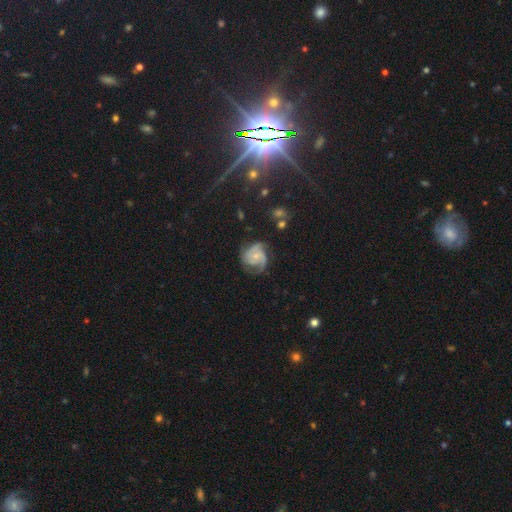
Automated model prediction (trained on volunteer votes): Smooth or featured? Predicted: featured or disk (p=0.80). Edge-on disk? Predicted: no (p=0.98). Bar? Predicted: no (p=0.75). Spiral arms? Predicted: yes (p=0.96). Spiral winding? Predicted: tight (p=0.43, tied with medium). Spiral arm count? Predicted: 3 (p=0.41). Bulge size? Predicted: small (p=0.67). Merging? Predicted: none (p=0.60).